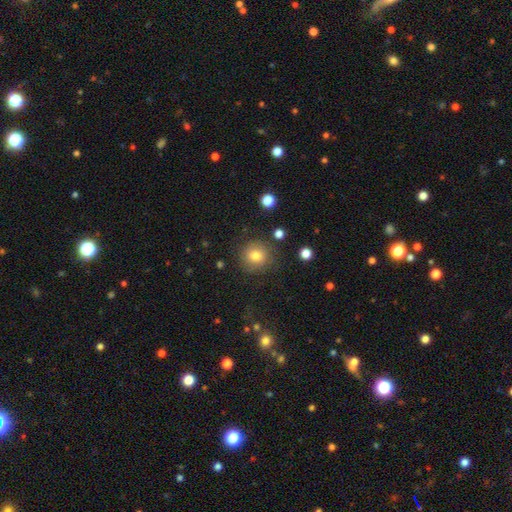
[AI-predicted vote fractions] Morphology: type=smooth (79%); roundness=round (90%); merging=none (83%).